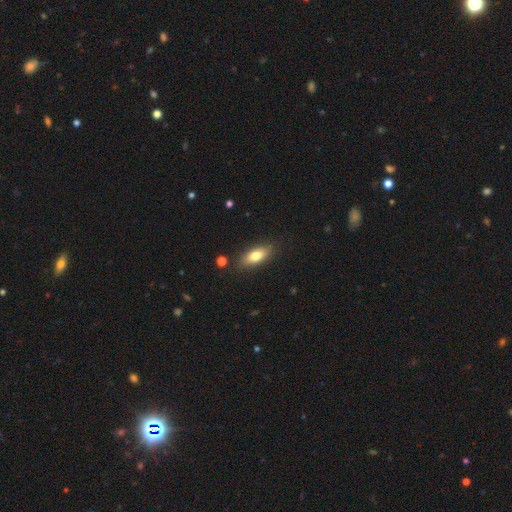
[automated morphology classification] This is likely a smooth galaxy (75%). How rounded: likely in between (76%). Merging: clearly none (84%).